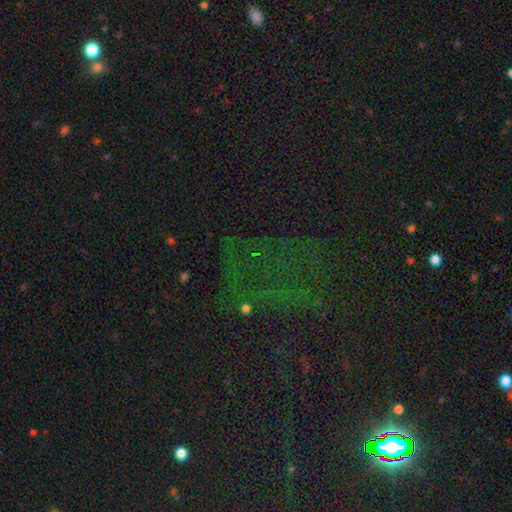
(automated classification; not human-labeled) A star or artifact, not a galaxy (72%).